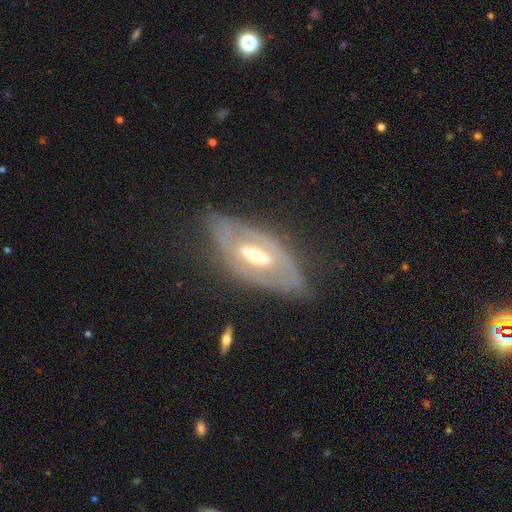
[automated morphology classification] This appears to be a featured or disk galaxy (78%) with a weak bar (39%), spiral arms (50%, tied with no) and a moderate central bulge (64%). Merging: none (67%).